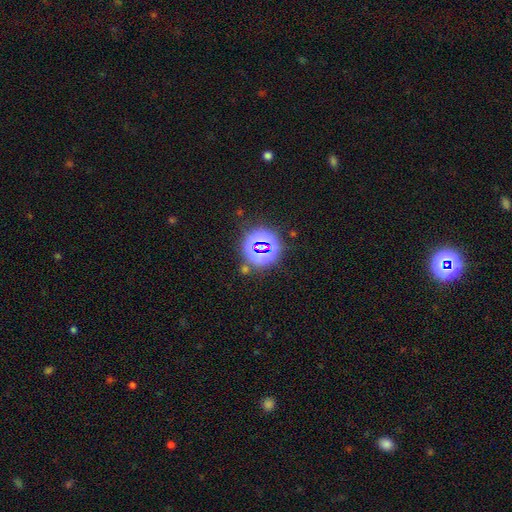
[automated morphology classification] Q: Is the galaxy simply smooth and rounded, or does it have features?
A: star or artifact — 71%.